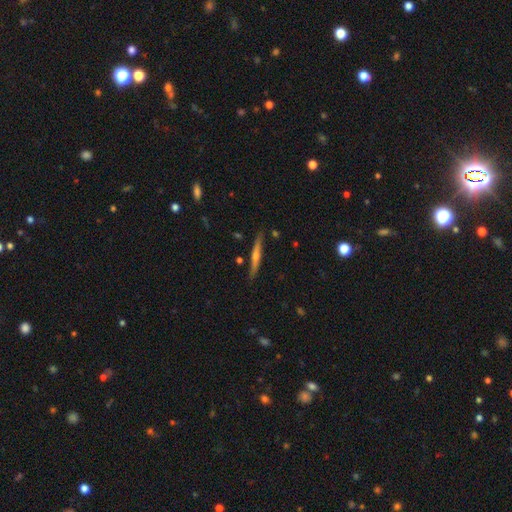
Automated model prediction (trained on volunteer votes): smooth_or_featured: featured or disk (p=0.71) [alt: smooth p=0.22]
disk_edge_on: yes (p=0.97) [alt: no p=0.03]
edge_on_bulge: rounded (p=0.80) [alt: none p=0.14]
merging: none (p=0.88) [alt: minor disturbance p=0.09]